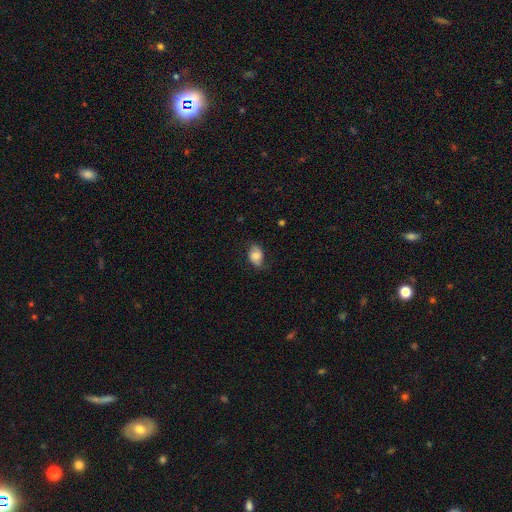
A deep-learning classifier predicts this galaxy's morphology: This appears to be a smooth galaxy with no disk features (67%) that is in between round and cigar-shaped (79%). Merging: none (67%).